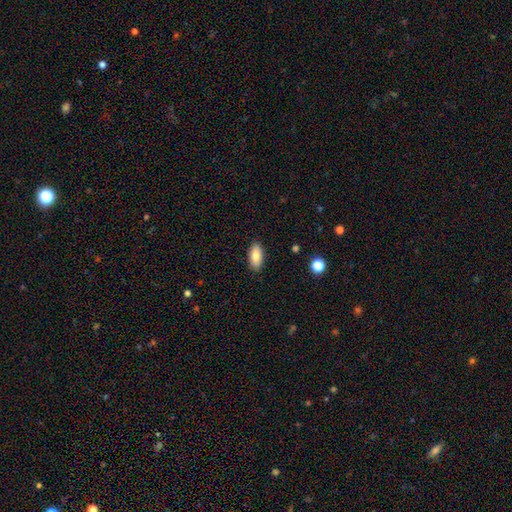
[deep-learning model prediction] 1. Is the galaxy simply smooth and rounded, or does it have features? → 83% smooth, 10% featured or disk, 7% star or artifact.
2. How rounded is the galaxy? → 89% in between, 9% cigar-shaped, 2% round.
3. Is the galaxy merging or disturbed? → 89% none, 8% minor disturbance, 2% major disturbance, 1% merger.